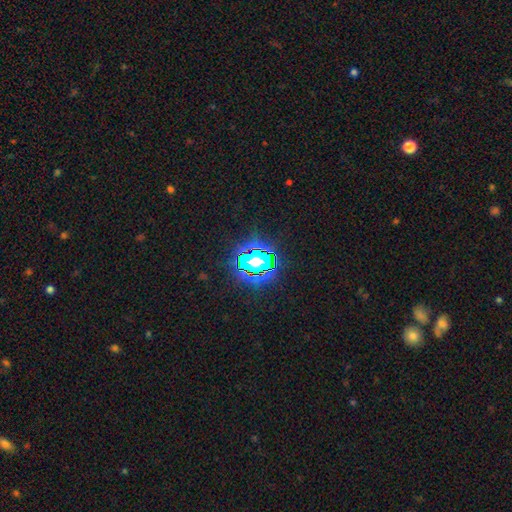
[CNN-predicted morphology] type=star or artifact (62%).